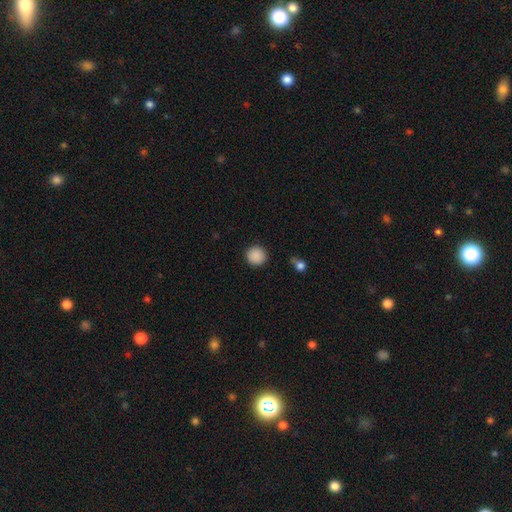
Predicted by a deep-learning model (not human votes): The model was most divided on "smooth or featured": smooth: 89%, star or artifact: 9%, featured or disk: 3%. More confident: how rounded — round (93%); merging — none (90%).